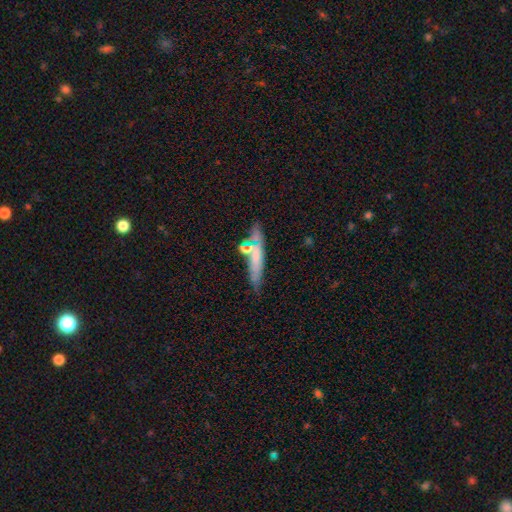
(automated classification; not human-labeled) Morphology: type=smooth (58%); roundness=cigar-shaped (83%); merging=none (65%).